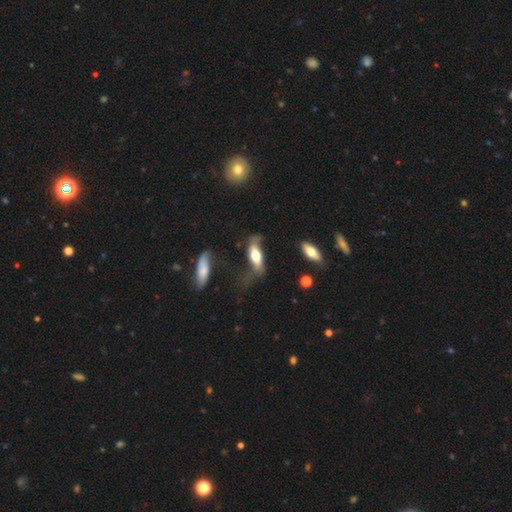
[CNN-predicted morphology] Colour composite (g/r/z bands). It shows a smooth galaxy with no disk features (48%). Merging: none (41%).